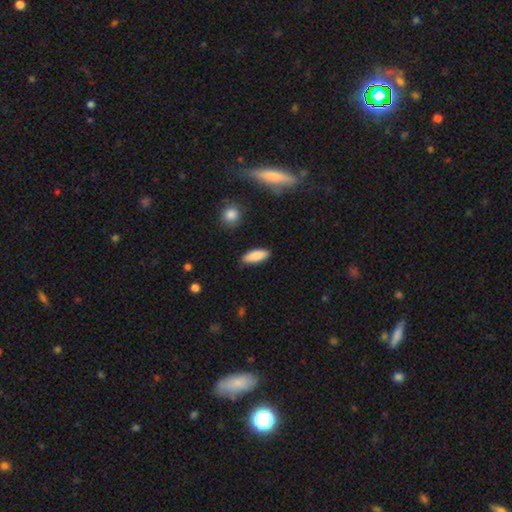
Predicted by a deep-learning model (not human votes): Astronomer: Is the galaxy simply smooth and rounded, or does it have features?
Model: smooth — 87%.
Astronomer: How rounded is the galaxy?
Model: in between — 73%.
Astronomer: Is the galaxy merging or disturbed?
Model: none — 88%.